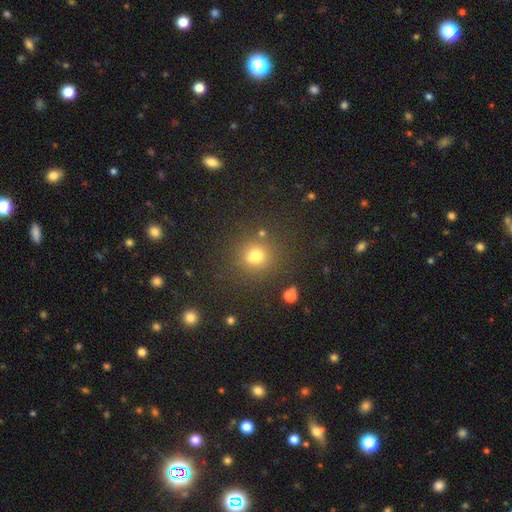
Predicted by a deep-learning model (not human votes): The model was most divided on "smooth or featured": smooth: 72%, star or artifact: 20%, featured or disk: 8%. More confident: how rounded — round (86%); merging — none (73%).